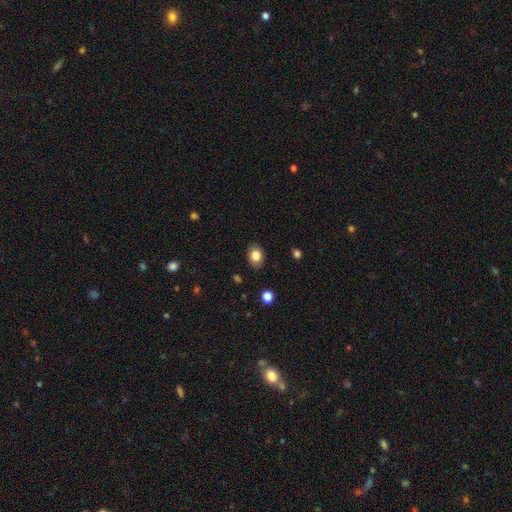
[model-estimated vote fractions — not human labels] smooth_or_featured: smooth (p=0.83) [alt: star or artifact p=0.09]
how_rounded: in between (p=0.64) [alt: round p=0.36]
merging: none (p=0.87) [alt: minor disturbance p=0.10]